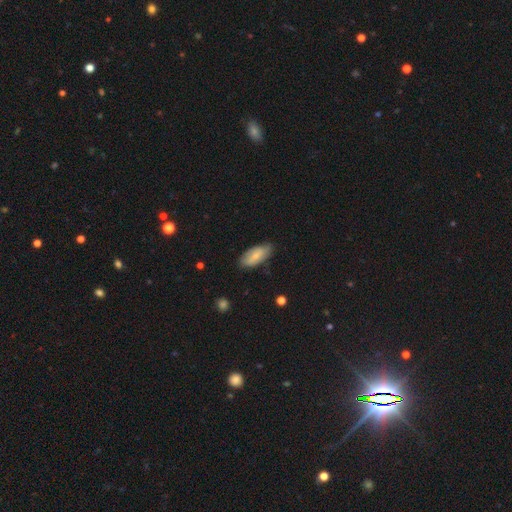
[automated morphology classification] Smooth or featured?
  - smooth: 70% *
  - featured or disk: 24%
  - star or artifact: 6%
How rounded?
  - in between: 87% *
  - cigar-shaped: 11%
  - round: 2%
Merging?
  - none: 74% *
  - minor disturbance: 21%
  - major disturbance: 3%
  - merger: 1%